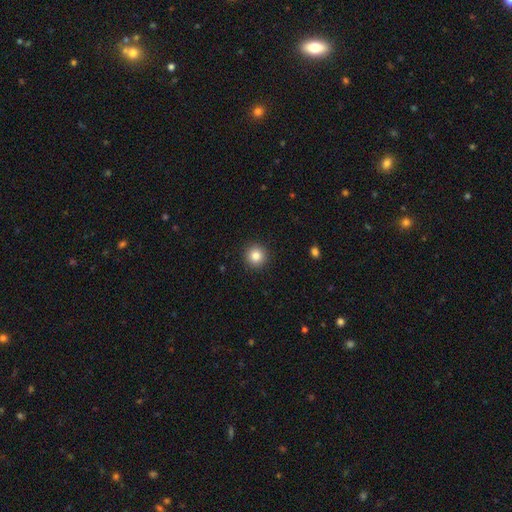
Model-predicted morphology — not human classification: Overall: smooth (84%). How rounded: round (95%). Merging: none (93%).